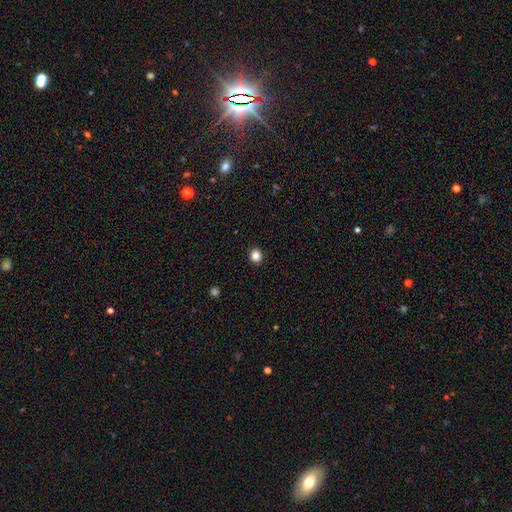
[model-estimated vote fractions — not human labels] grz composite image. It shows a smooth galaxy with no disk features (84%) that is round (80%). Merging: none (92%).